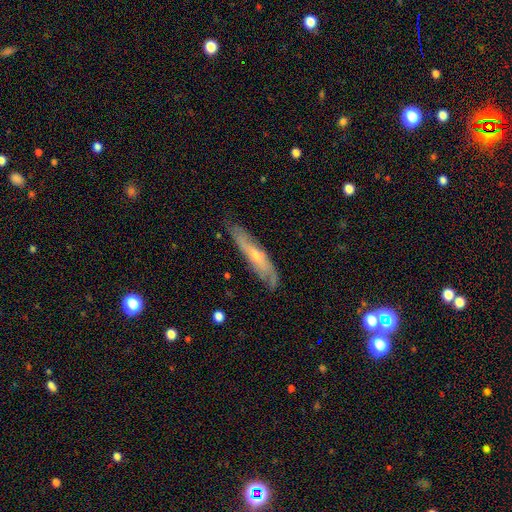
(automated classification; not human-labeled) featured or disk 61%, smooth 33%, star or artifact 6%. Down the decision tree: edge-on disk — yes (59%); merging — none (74%).